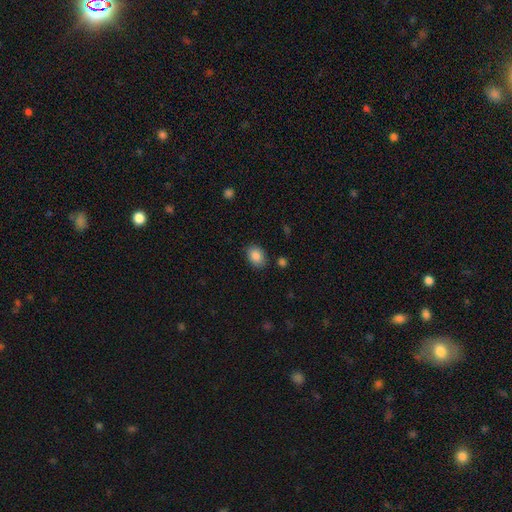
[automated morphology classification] Smooth or featured? Predicted: smooth (p=0.87). How rounded? Predicted: in between (p=0.74). Merging? Predicted: none (p=0.83).